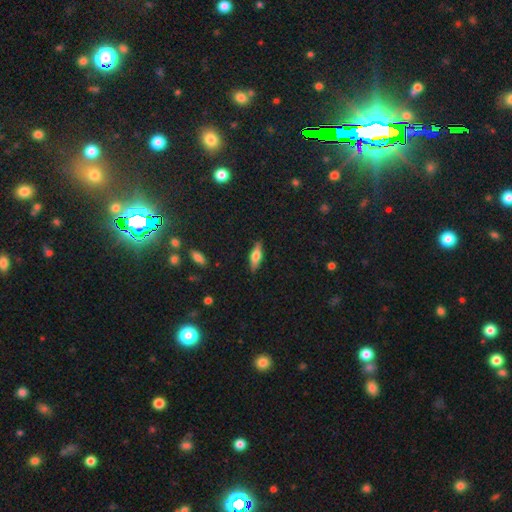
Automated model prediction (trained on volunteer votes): Smooth or featured? smooth (54%)
How rounded? cigar-shaped (49%, tied with in between)
Merging? none (87%)